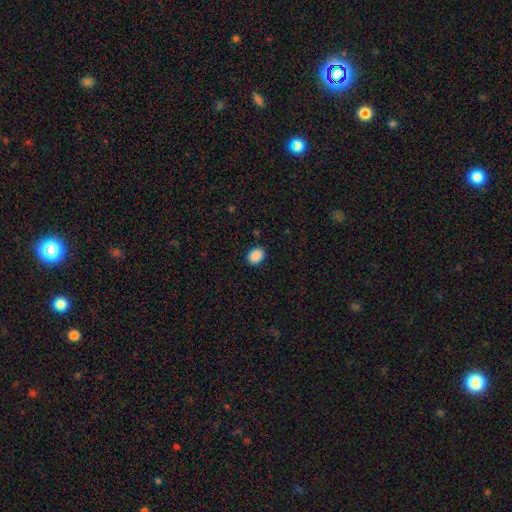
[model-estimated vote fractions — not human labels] A smooth galaxy with no disk features (89%) that is in between round and cigar-shaped (66%).

Vote fractions:
- Smooth or featured? smooth: 89% / star or artifact: 8% / featured or disk: 2%
- How rounded? in between: 66% / round: 33% / cigar-shaped: 1%
- Merging? none: 89% / minor disturbance: 8% / major disturbance: 2% / merger: 1%